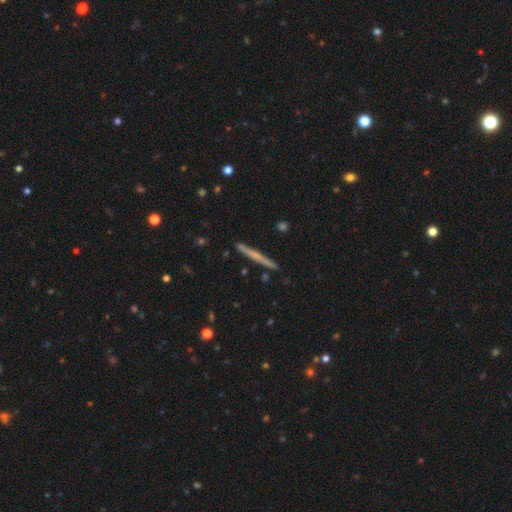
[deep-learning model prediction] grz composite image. It shows a featured or disk galaxy (48%). Merging: none (90%).